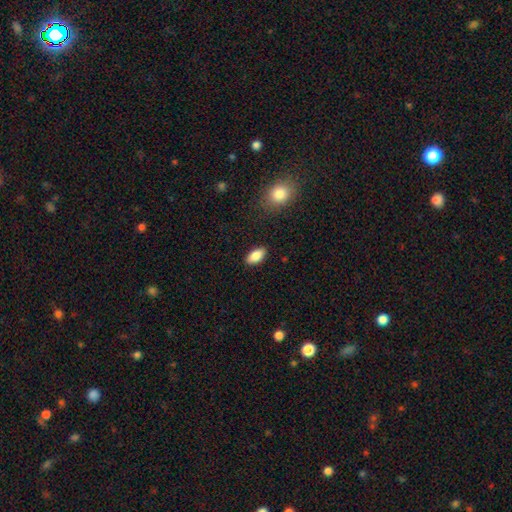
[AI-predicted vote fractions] smooth_or_featured: smooth (p=0.86) [alt: star or artifact p=0.07]
how_rounded: in between (p=0.91) [alt: cigar-shaped p=0.06]
merging: none (p=0.88) [alt: minor disturbance p=0.09]